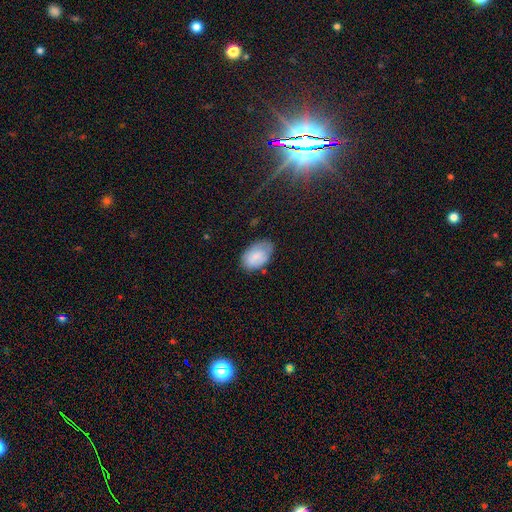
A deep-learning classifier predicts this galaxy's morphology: The model was most divided on "merging": none: 63%, minor disturbance: 28%, major disturbance: 7%, merger: 2%. More confident: how rounded — in between (92%); smooth or featured — smooth (77%).